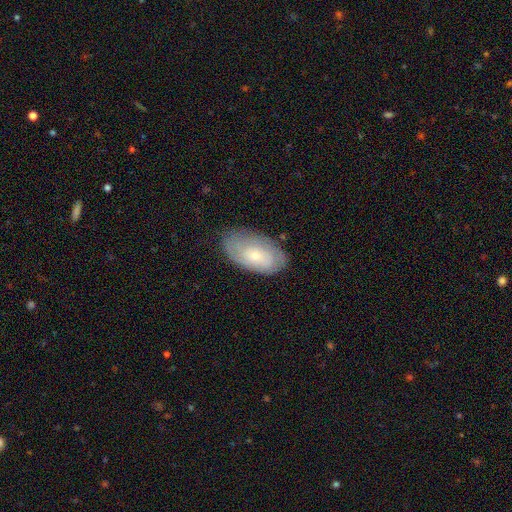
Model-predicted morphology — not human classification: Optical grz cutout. It shows a featured or disk galaxy (52%). Merging: none (77%).